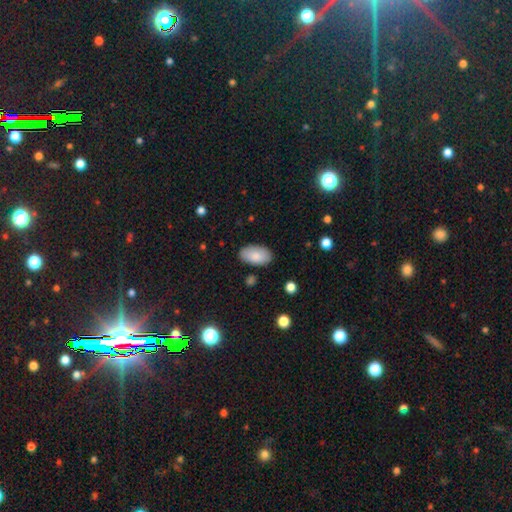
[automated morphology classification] Smooth or featured? Predicted: smooth (p=0.85). How rounded? Predicted: in between (p=0.95). Merging? Predicted: none (p=0.85).